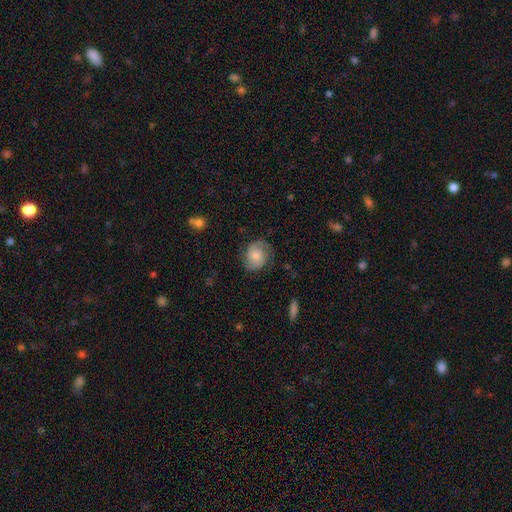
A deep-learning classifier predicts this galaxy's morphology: This appears to be a smooth galaxy with no disk features (52%) that is round (63%). Merging: none (73%).